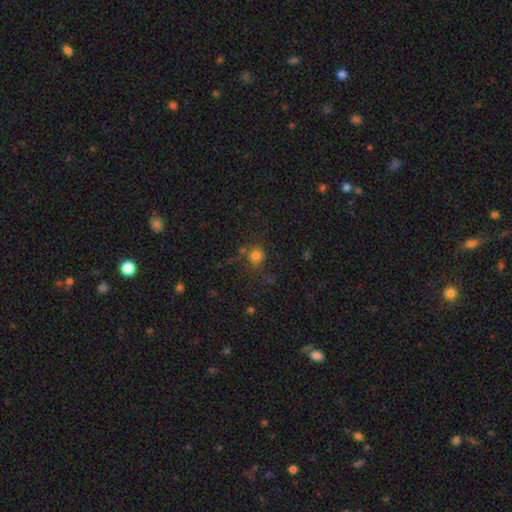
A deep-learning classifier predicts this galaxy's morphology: Smooth or featured?
  - smooth: 77% *
  - star or artifact: 16%
  - featured or disk: 7%
How rounded?
  - round: 89% *
  - in between: 10%
  - cigar-shaped: 1%
Merging?
  - none: 72% *
  - minor disturbance: 13%
  - merger: 9%
  - major disturbance: 6%